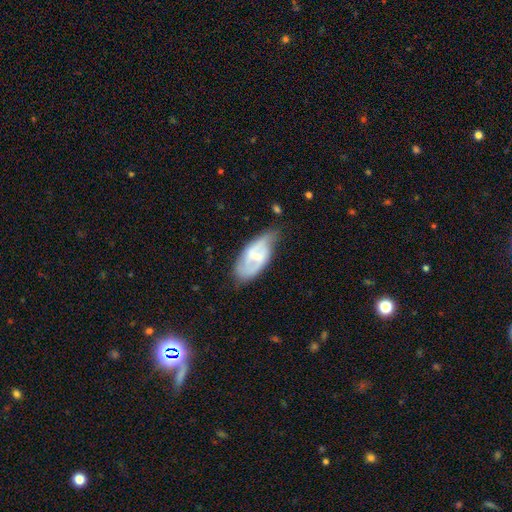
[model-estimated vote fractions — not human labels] Q: Smooth or featured?
A: featured or disk (69%); runner-up: smooth (25%)
Q: Edge-on disk?
A: no (92%); runner-up: yes (8%)
Q: Bar?
A: weak (50%); runner-up: strong (28%)
Q: Spiral arms?
A: yes (81%); runner-up: no (19%)
Q: Spiral winding?
A: medium (46%); runner-up: loose (29%)
Q: Spiral arm count?
A: 2 (74%); runner-up: can't tell (16%)
Q: Bulge size?
A: small (57%); runner-up: moderate (35%)
Q: Merging?
A: none (59%); runner-up: minor disturbance (29%)